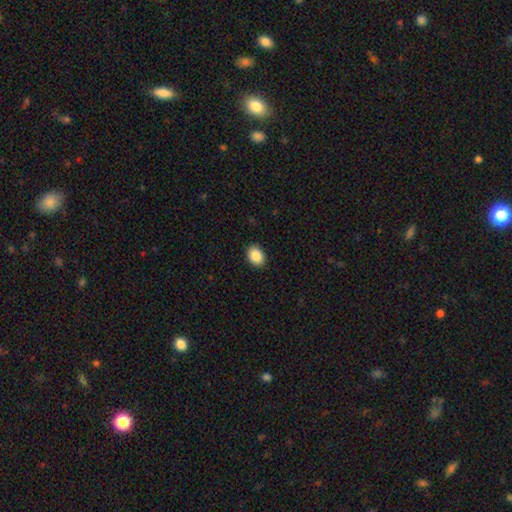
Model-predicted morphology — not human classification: The model was most divided on "how rounded": in between: 66%, round: 33%, cigar-shaped: 1%. More confident: merging — none (90%); smooth or featured — smooth (88%).